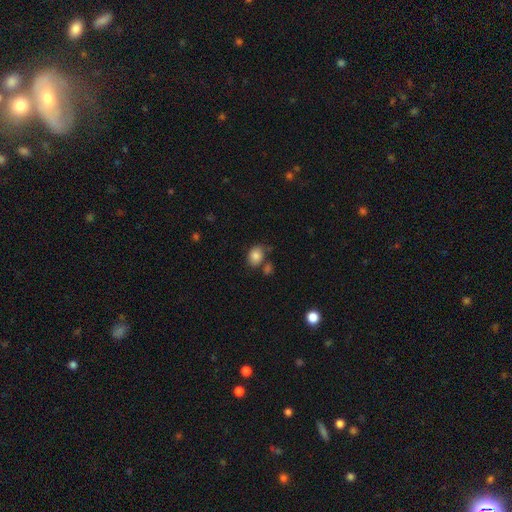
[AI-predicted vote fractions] The model was most divided on "how rounded": in between: 60%, round: 39%, cigar-shaped: 1%. More confident: smooth or featured — smooth (84%); merging — none (65%).